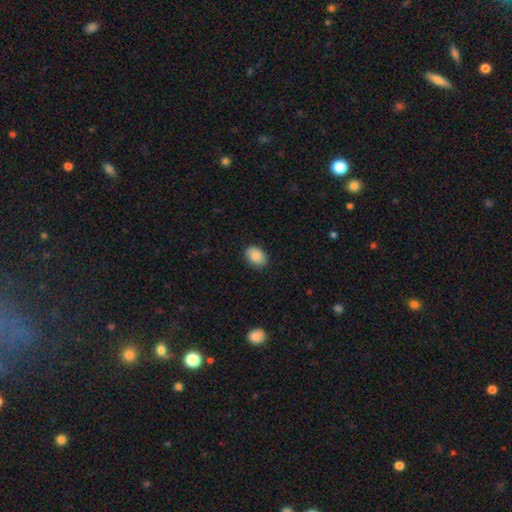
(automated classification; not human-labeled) This is clearly a smooth galaxy (88%). How rounded: likely in between (78%). Merging: clearly none (88%).